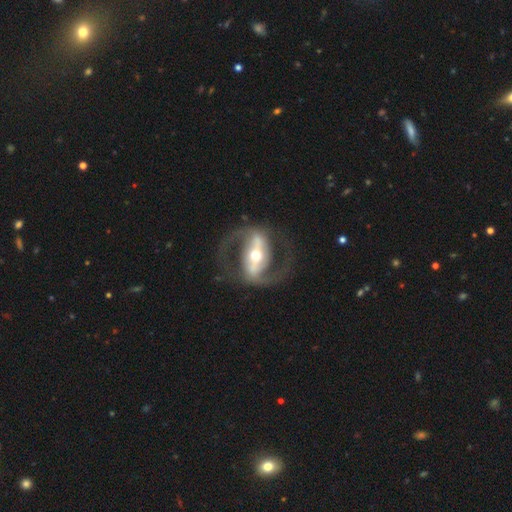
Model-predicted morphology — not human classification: Overall: featured or disk (90%). Edge-on disk: no (95%). Bar: strong (71%). Spiral arms: yes (90%). Spiral arm count: 2 (92%). Spiral winding: medium (56%; loose 27%). Bulge size: moderate (65%; small 26%). Merging: none (77%).